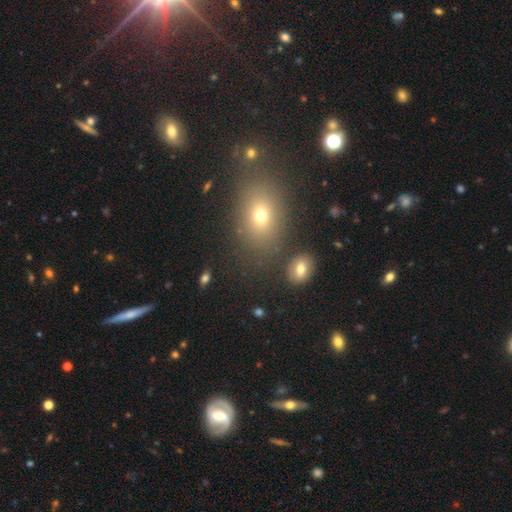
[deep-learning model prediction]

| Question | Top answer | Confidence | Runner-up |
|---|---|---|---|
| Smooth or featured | smooth | 57% | star or artifact (28%) |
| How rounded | in between | 71% | round (26%) |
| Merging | none | 82% | minor disturbance (10%) |